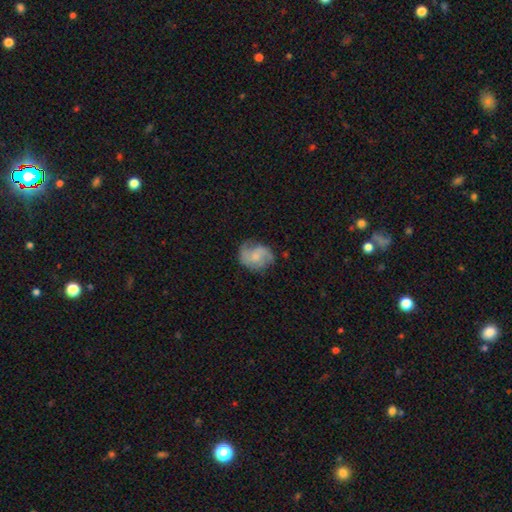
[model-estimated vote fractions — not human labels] Overall: featured or disk (59%; smooth 34%). Edge-on disk: no (98%). Bar: no (64%; weak 31%). Spiral arms: yes (88%). Spiral arm count: 2 (70%). Spiral winding: medium (45%; loose 34%). Bulge size: small (41%; moderate 29%). Merging: none (62%; minor disturbance 24%).